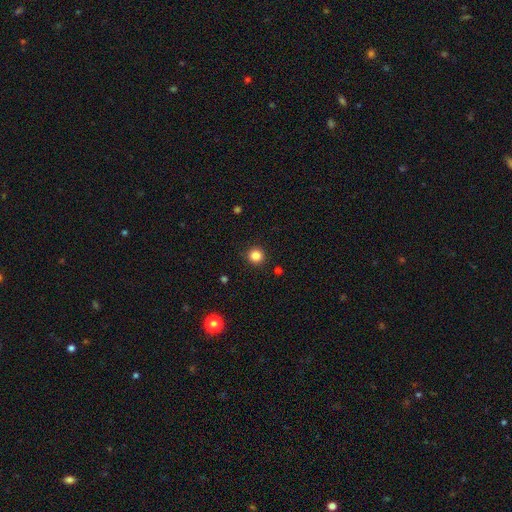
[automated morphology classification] type=smooth (85%); roundness=round (94%); merging=none (91%).